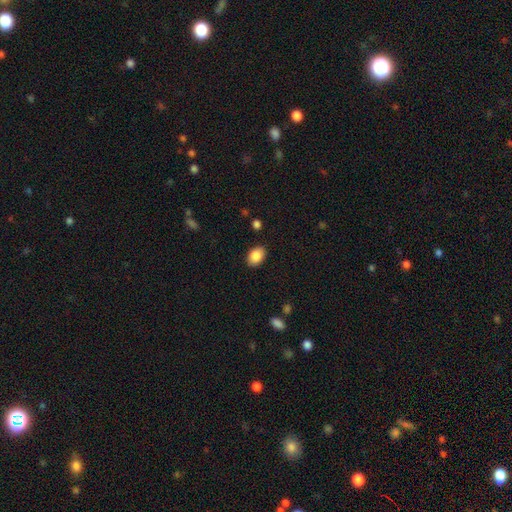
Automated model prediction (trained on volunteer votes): Smooth or featured?
  - smooth: 87% *
  - star or artifact: 7%
  - featured or disk: 6%
How rounded?
  - in between: 80% *
  - round: 19%
  - cigar-shaped: 1%
Merging?
  - none: 87% *
  - minor disturbance: 9%
  - major disturbance: 2%
  - merger: 1%